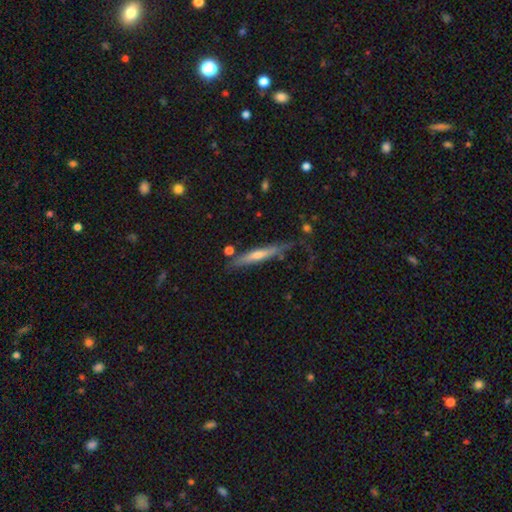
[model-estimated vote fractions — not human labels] smooth_or_featured: featured or disk (p=0.53) [alt: smooth p=0.41]
disk_edge_on: yes (p=0.90) [alt: no p=0.10]
merging: none (p=0.65) [alt: minor disturbance p=0.23]